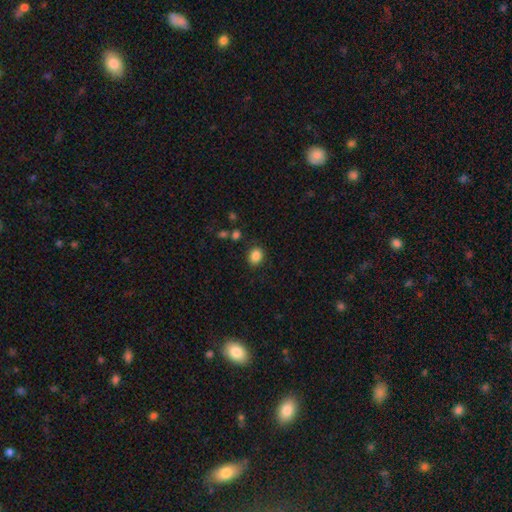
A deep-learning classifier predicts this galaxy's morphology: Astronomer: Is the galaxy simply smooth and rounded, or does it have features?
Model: smooth — 86%.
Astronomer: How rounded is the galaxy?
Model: round — 59% (runner-up: in between, 40%).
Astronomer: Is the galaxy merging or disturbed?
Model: none — 85%.